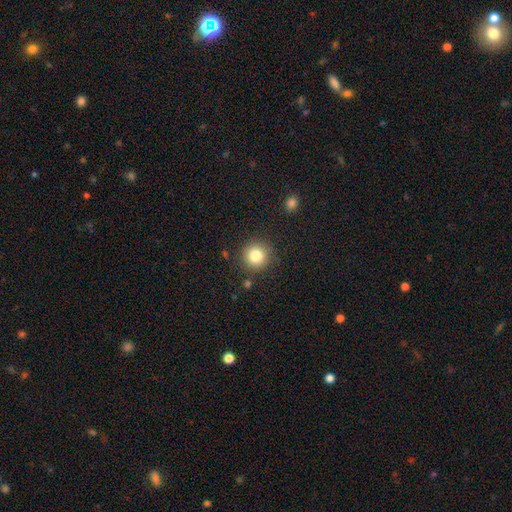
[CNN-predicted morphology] Smooth or featured?
  - smooth: 83% *
  - star or artifact: 11%
  - featured or disk: 7%
How rounded?
  - round: 94% *
  - in between: 5%
  - cigar-shaped: 1%
Merging?
  - none: 87% *
  - minor disturbance: 8%
  - major disturbance: 3%
  - merger: 2%